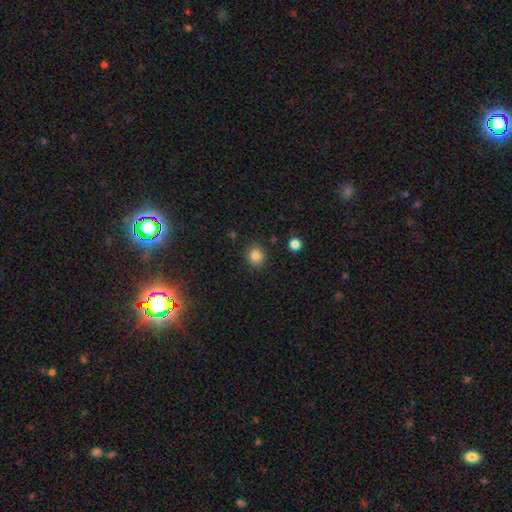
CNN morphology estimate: smooth-or-featured: smooth: 84% | star or artifact: 11% | featured or disk: 5%
  how-rounded: round: 83% | in between: 16% | cigar-shaped: 1%
  merging: none: 88% | minor disturbance: 7% | major disturbance: 2% | merger: 2%